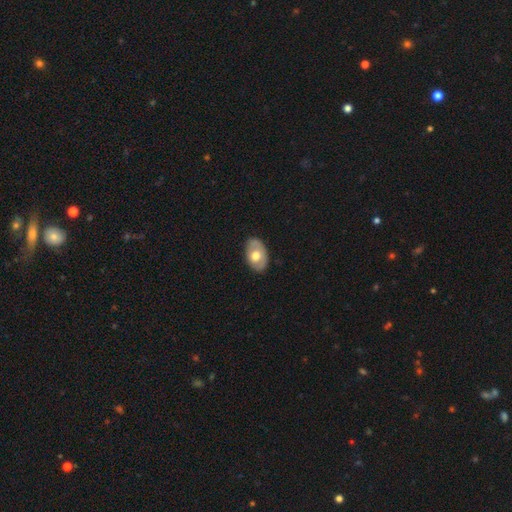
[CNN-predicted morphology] The model was most divided on "smooth or featured": smooth: 52%, featured or disk: 42%, star or artifact: 6%. More confident: how rounded — in between (86%); merging — none (81%).